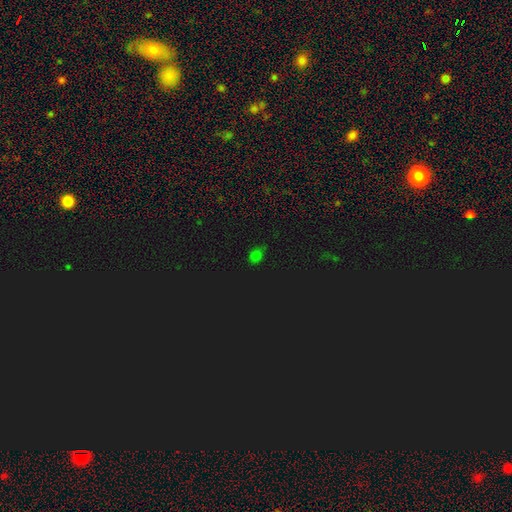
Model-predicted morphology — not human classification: smooth 54%, star or artifact 41%, featured or disk 5%. Down the decision tree: how rounded — in between (51%); merging — none (74%).